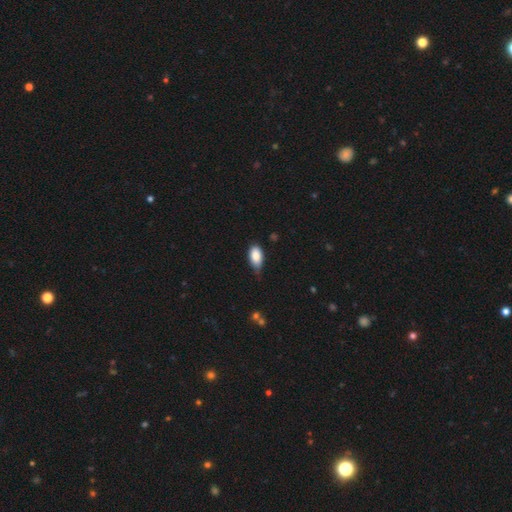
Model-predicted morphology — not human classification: Smooth or featured? smooth (86%)
How rounded? in between (92%)
Merging? none (55%)